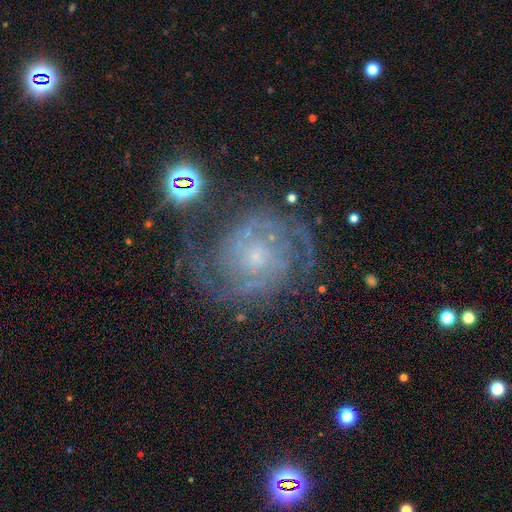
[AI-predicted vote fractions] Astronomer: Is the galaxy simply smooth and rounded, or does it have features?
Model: featured or disk — 85%.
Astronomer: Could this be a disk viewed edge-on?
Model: no — 98%.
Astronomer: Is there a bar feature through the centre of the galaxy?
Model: no — 66%.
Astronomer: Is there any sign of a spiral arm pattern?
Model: yes — 96%.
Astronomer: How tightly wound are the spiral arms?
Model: tight — 54% (runner-up: medium, 38%).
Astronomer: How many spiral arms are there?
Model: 2 — 57%.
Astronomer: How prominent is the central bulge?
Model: small — 66%.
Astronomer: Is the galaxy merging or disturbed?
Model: none — 70%.